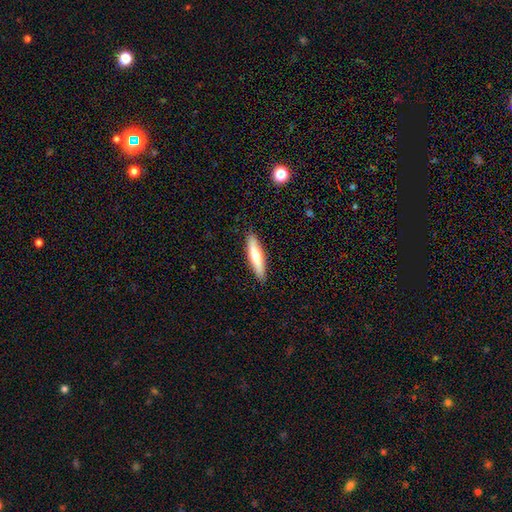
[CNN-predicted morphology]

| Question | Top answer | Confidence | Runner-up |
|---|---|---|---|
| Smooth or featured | smooth | 62% | featured or disk (33%) |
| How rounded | cigar-shaped | 79% | in between (19%) |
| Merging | none | 89% | minor disturbance (8%) |